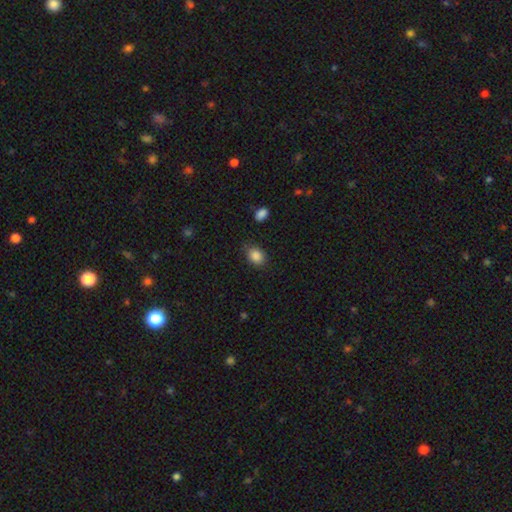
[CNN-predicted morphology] The model was most divided on "how rounded": in between: 69%, round: 29%, cigar-shaped: 1%. More confident: smooth or featured — smooth (87%); merging — none (79%).